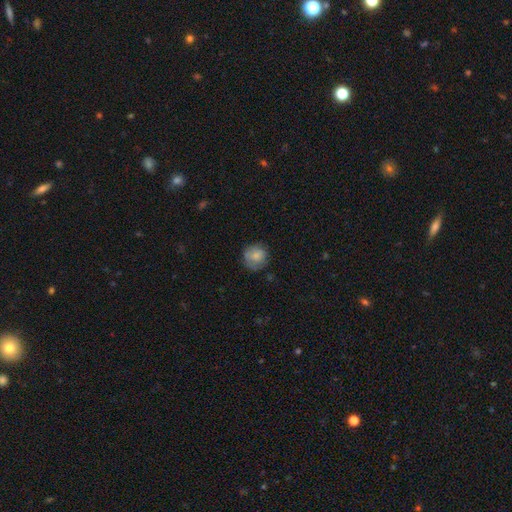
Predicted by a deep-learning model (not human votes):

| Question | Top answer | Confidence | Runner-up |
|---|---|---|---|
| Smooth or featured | smooth | 78% | featured or disk (14%) |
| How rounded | round | 88% | in between (11%) |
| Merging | none | 72% | minor disturbance (21%) |